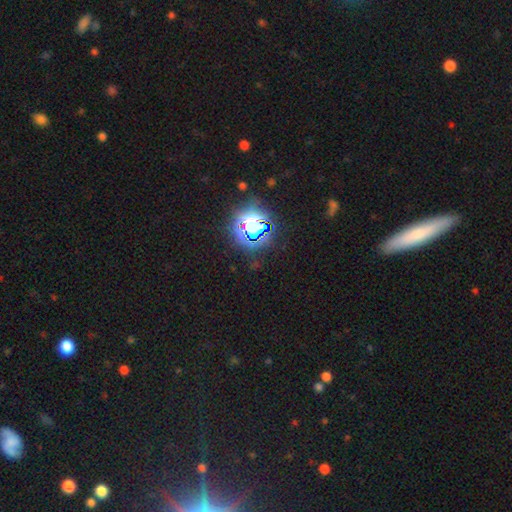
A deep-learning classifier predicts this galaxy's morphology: This appears to be a star or artifact, not a galaxy (76%).